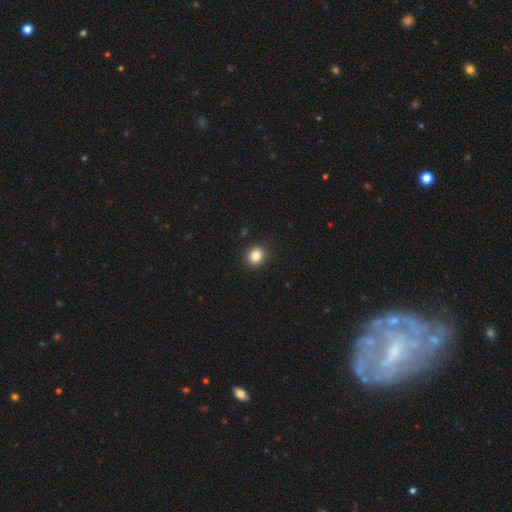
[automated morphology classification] Smooth or featured? Predicted: smooth (p=0.86). How rounded? Predicted: round (p=0.82). Merging? Predicted: none (p=0.91).